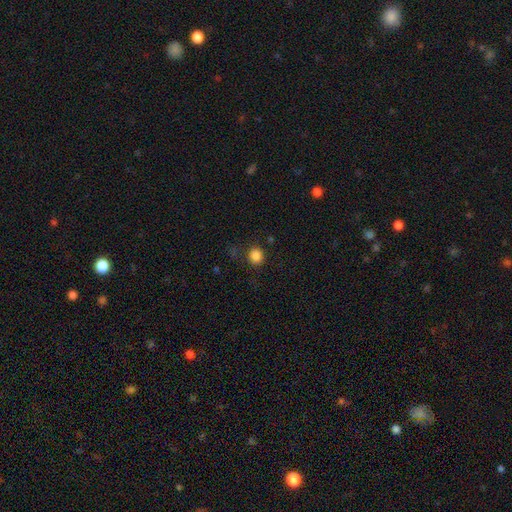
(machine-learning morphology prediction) type=smooth (85%); roundness=round (84%); merging=none (83%).